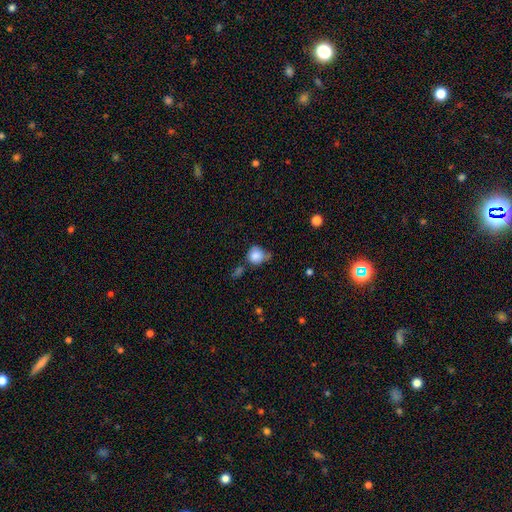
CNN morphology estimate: type=smooth (83%); roundness=round (81%); merging=none (47%).